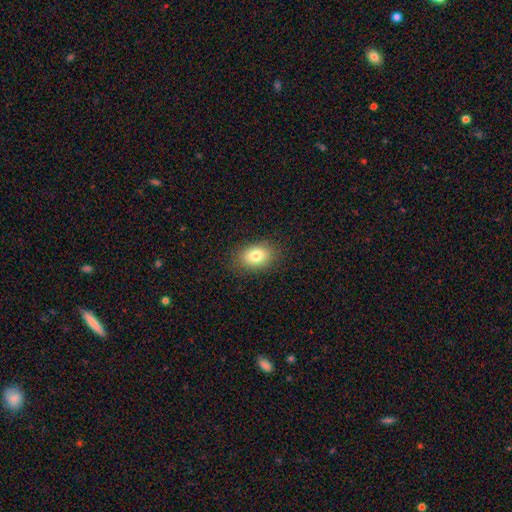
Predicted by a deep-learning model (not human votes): Morphology: type=smooth (81%); roundness=in between (81%); merging=none (86%).